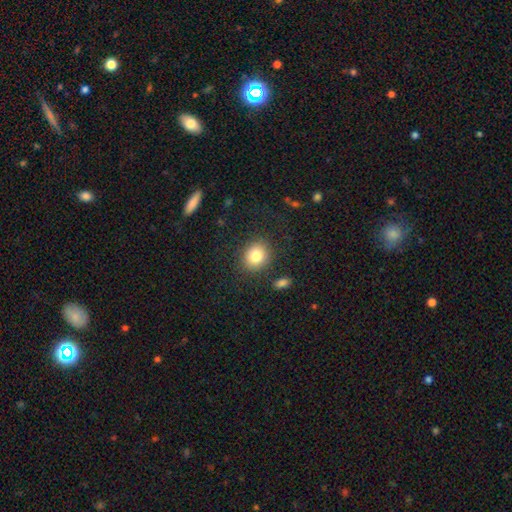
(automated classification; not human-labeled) Smooth or featured? smooth (82%)
How rounded? round (69%)
Merging? none (86%)